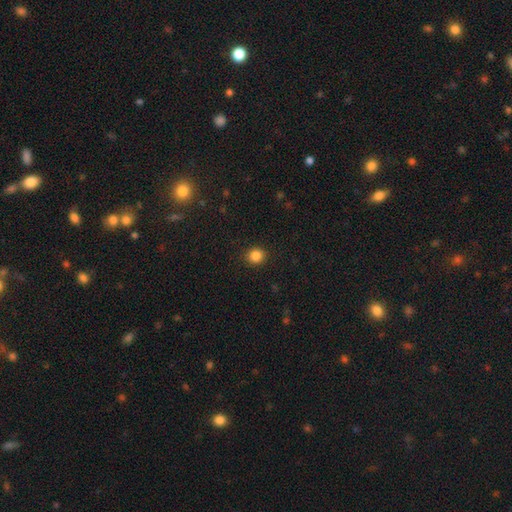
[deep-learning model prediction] A smooth galaxy with no disk features (85%) that is round (85%). Merging: none (90%).